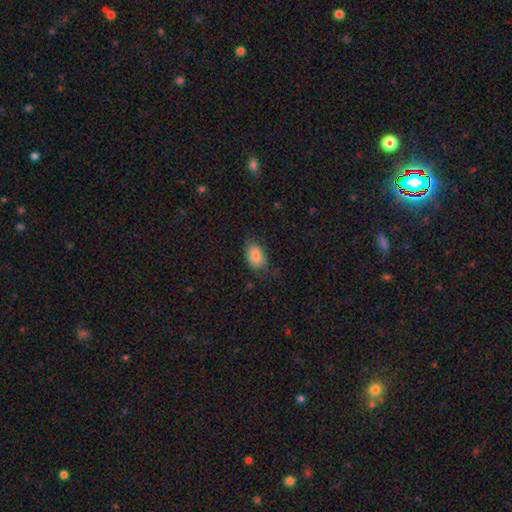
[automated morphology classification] Smooth or featured: smooth — 84% (featured or disk — 8%)
How rounded: in between — 88% (round — 10%)
Merging: none — 67% (minor disturbance — 24%)